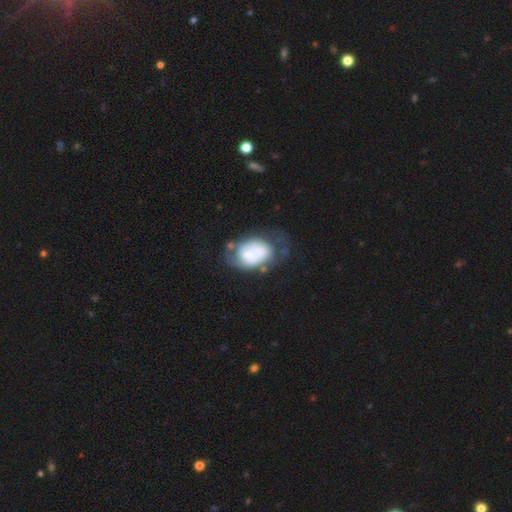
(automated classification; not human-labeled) A featured or disk galaxy (53%) with no bar (85%), no spiral arms (58%) and a small central bulge (40%). Merging: major disturbance (31%).